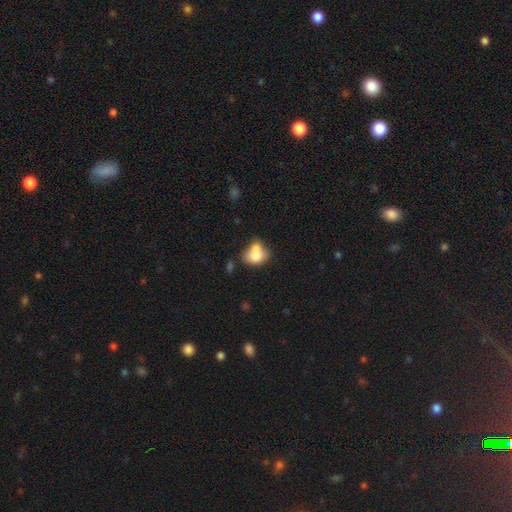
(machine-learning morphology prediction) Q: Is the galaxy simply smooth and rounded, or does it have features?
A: smooth — 73%.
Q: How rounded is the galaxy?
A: in between — 57%.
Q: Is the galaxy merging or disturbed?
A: merger — 47%.